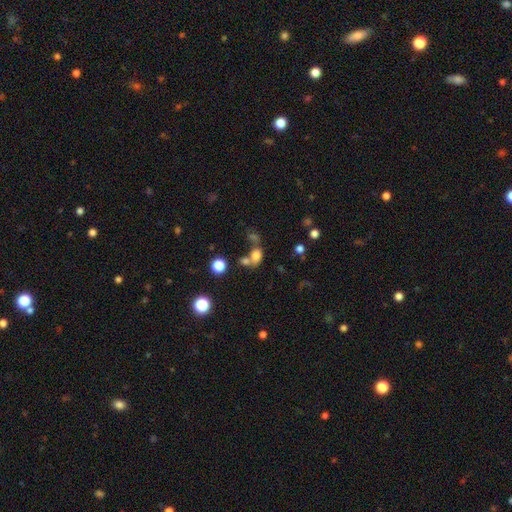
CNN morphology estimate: This appears to be a smooth galaxy with no disk features (73%) that is in between round and cigar-shaped (58%). Merging: merger (42%).